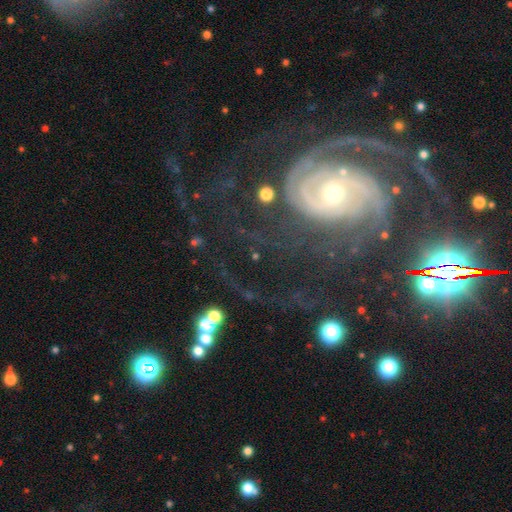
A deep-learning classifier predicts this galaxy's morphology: This appears to be a featured or disk galaxy (52%). Merging: none (60%).